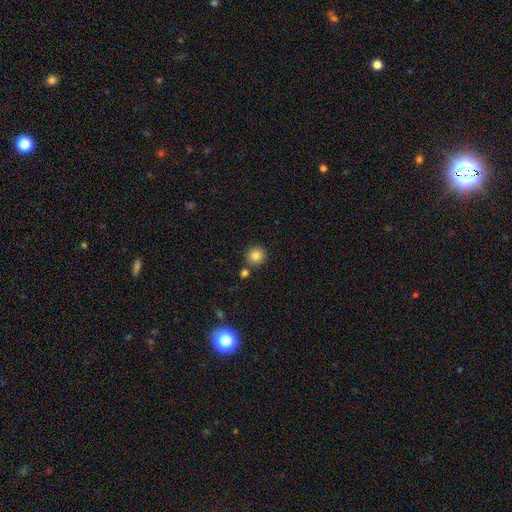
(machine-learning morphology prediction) Q: Smooth or featured?
A: smooth (85%); runner-up: star or artifact (10%)
Q: How rounded?
A: round (92%); runner-up: in between (7%)
Q: Merging?
A: none (81%); runner-up: merger (9%)